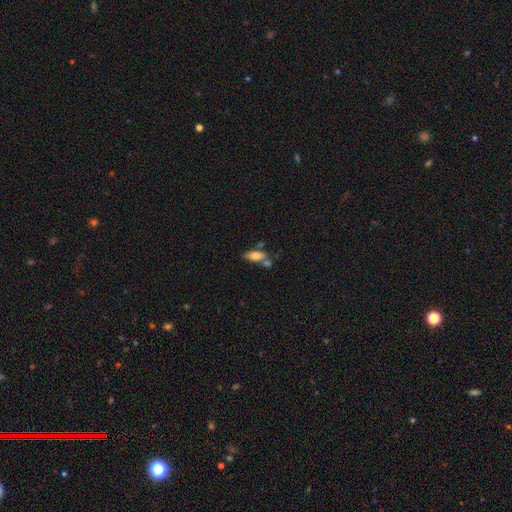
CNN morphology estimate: A smooth galaxy with no disk features (73%) that is in between round and cigar-shaped (78%). Merging: none (47%).